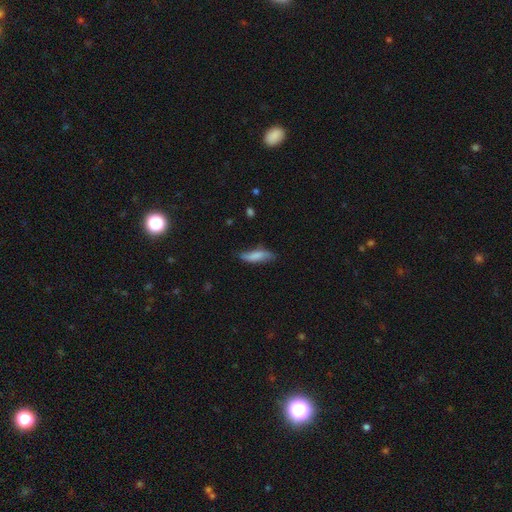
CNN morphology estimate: type=smooth (74%); roundness=cigar-shaped (58%); merging=none (66%).